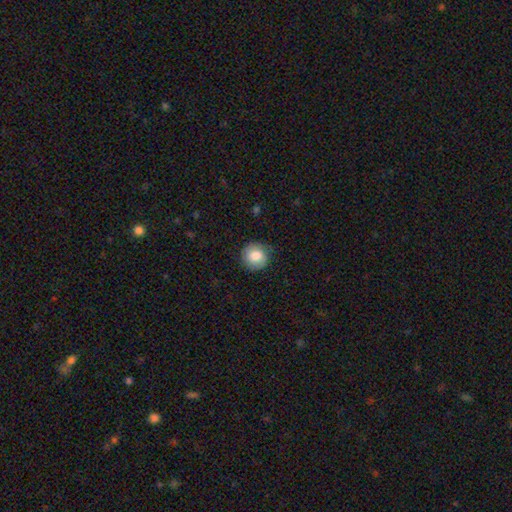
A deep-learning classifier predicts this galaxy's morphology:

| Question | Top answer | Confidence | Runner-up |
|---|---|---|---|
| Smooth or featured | smooth | 82% | featured or disk (10%) |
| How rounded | round | 92% | in between (7%) |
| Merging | none | 82% | minor disturbance (14%) |